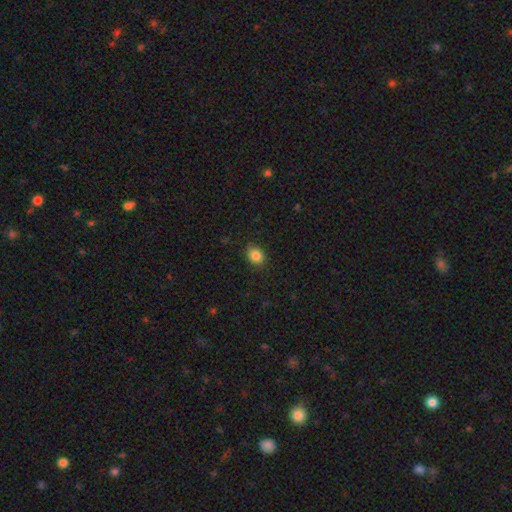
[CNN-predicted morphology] Q: Smooth or featured?
A: smooth (86%); runner-up: star or artifact (9%)
Q: How rounded?
A: in between (51%); runner-up: round (49%)
Q: Merging?
A: none (85%); runner-up: minor disturbance (12%)